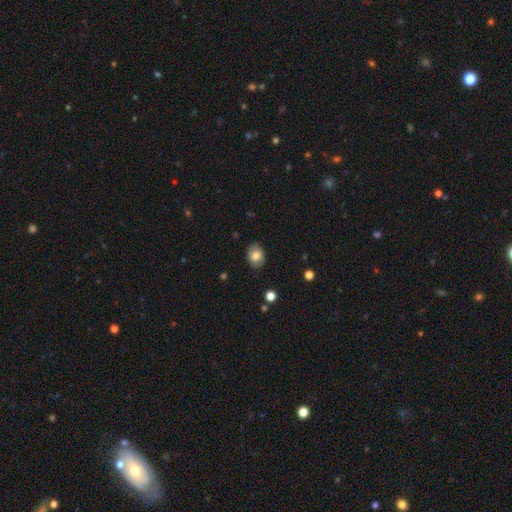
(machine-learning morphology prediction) This is likely a smooth galaxy (77%). How rounded: likely in between (71%). Merging: clearly none (84%).